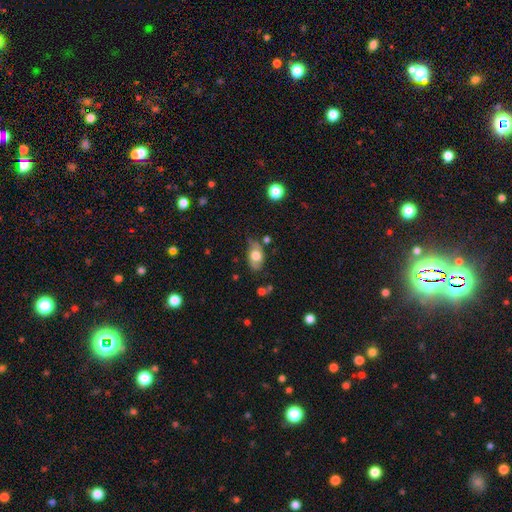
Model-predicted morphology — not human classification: Smooth or featured?
  - smooth: 62% *
  - featured or disk: 31%
  - star or artifact: 8%
How rounded?
  - in between: 88% *
  - round: 10%
  - cigar-shaped: 2%
Merging?
  - none: 59% *
  - minor disturbance: 30%
  - major disturbance: 7%
  - merger: 4%